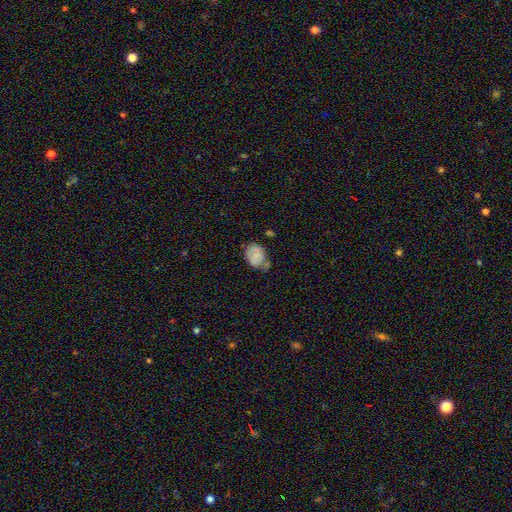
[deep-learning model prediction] Morphology: type=smooth (74%); roundness=in between (68%); merging=none (46%).